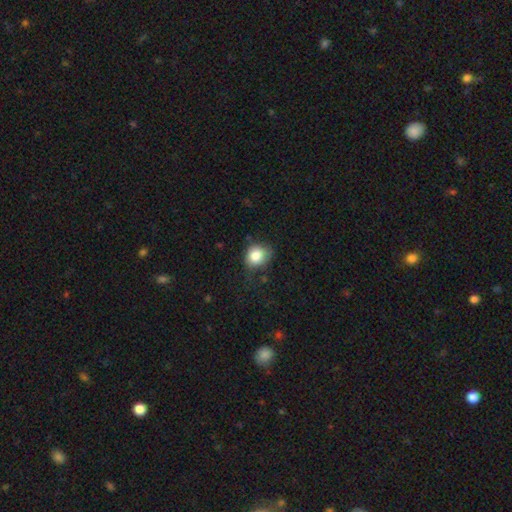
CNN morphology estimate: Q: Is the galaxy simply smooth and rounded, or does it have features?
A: smooth — 83%.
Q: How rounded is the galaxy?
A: round — 68%.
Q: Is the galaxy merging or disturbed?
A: none — 60%.